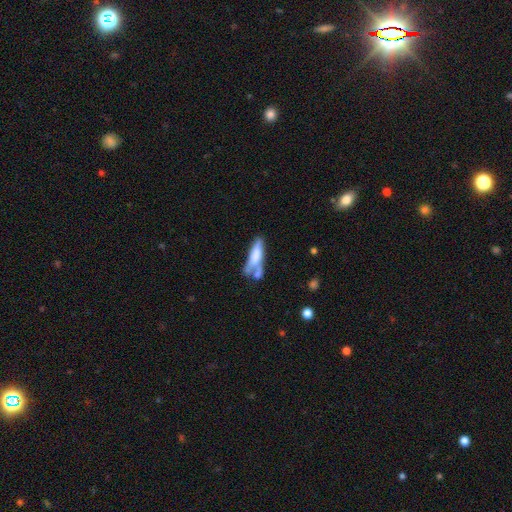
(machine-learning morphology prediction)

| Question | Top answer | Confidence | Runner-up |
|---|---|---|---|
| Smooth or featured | smooth | 59% | featured or disk (33%) |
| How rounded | cigar-shaped | 58% | in between (40%) |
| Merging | merger | 40% | none (26%) |